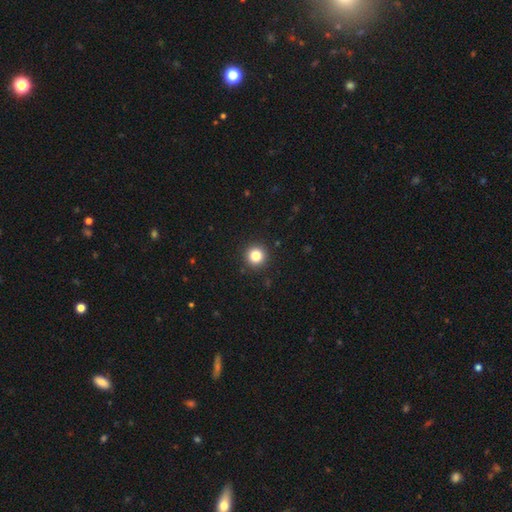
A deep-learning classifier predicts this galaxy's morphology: smooth 83%, star or artifact 12%, featured or disk 6%. Down the decision tree: how rounded — round (96%); merging — none (93%).